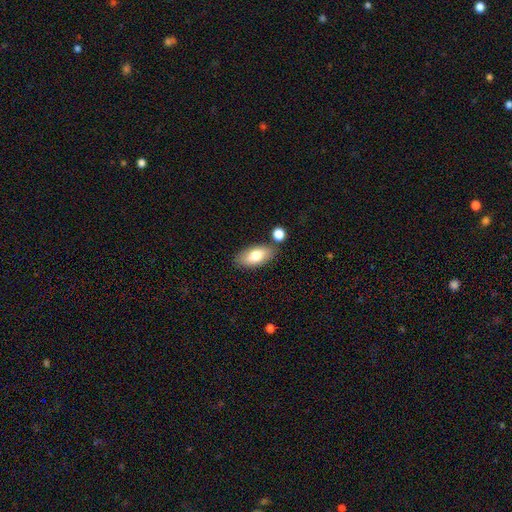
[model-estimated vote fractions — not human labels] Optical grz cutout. It shows a smooth galaxy with no disk features (77%) that is in between round and cigar-shaped (89%). Merging: none (78%).